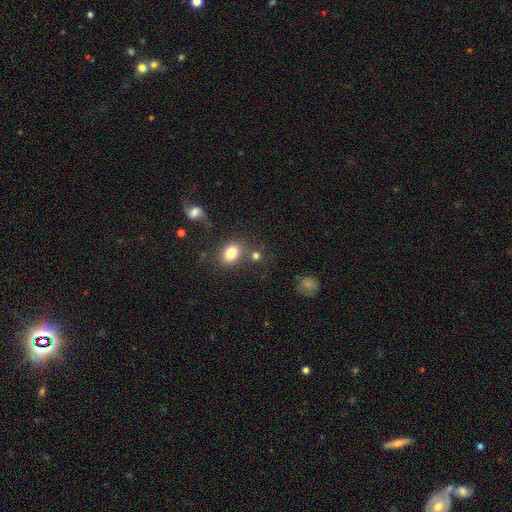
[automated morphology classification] smooth-or-featured: smooth: 79% | star or artifact: 13% | featured or disk: 8%
  how-rounded: round: 57% | in between: 41% | cigar-shaped: 1%
  merging: none: 66% | merger: 18% | minor disturbance: 12% | major disturbance: 5%